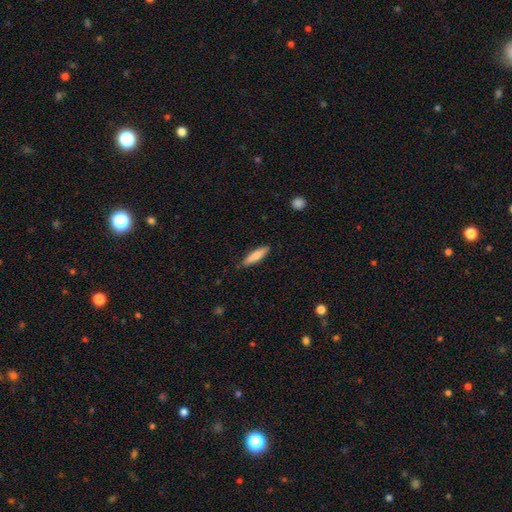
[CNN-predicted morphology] The model was most divided on "how rounded": cigar-shaped: 73%, in between: 25%, round: 2%. More confident: merging — none (87%); smooth or featured — smooth (76%).